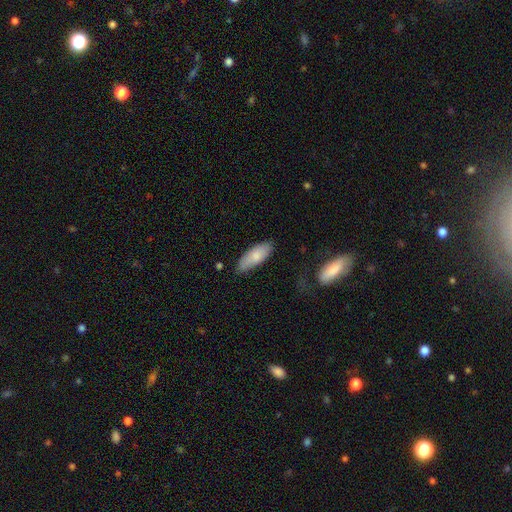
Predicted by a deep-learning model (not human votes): A smooth galaxy with no disk features (80%) that is in between round and cigar-shaped (76%).

Vote fractions:
- Smooth or featured? smooth: 80% / featured or disk: 14% / star or artifact: 6%
- How rounded? in between: 76% / cigar-shaped: 22% / round: 2%
- Merging? none: 73% / minor disturbance: 20% / major disturbance: 4% / merger: 2%